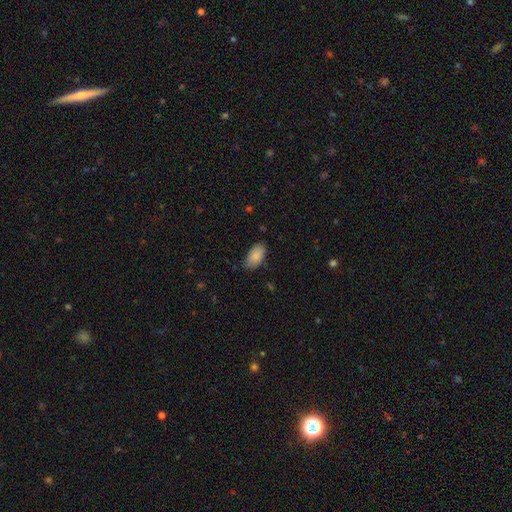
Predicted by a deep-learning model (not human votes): smooth-or-featured: smooth: 87% | star or artifact: 7% | featured or disk: 6%
  how-rounded: in between: 94% | cigar-shaped: 3% | round: 3%
  merging: none: 79% | minor disturbance: 17% | major disturbance: 3% | merger: 1%